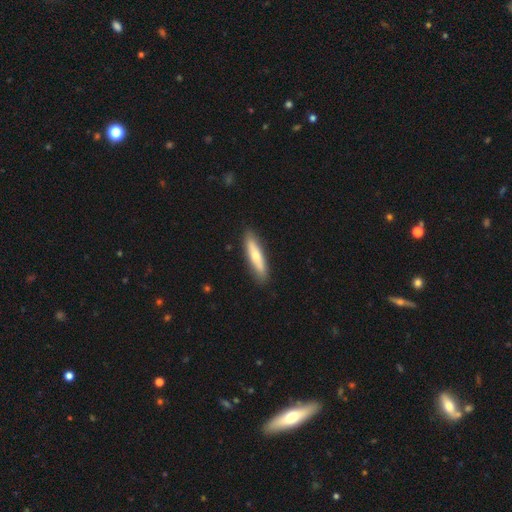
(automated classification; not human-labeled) Smooth or featured: smooth — 63% (featured or disk — 32%)
How rounded: cigar-shaped — 81% (in between — 17%)
Merging: none — 88% (minor disturbance — 9%)